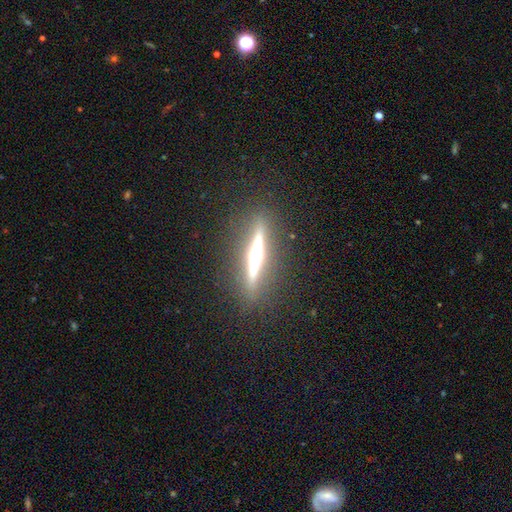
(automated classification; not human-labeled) Smooth or featured? featured or disk (79%)
Edge-on disk? yes (97%)
Edge-on bulge? rounded (87%)
Merging? none (89%)